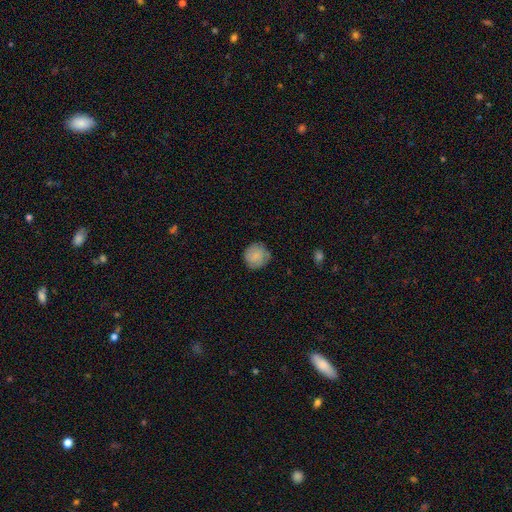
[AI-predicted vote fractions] The model was most divided on "merging": none: 78%, minor disturbance: 17%, major disturbance: 3%, merger: 2%. More confident: how rounded — round (92%); smooth or featured — smooth (80%).